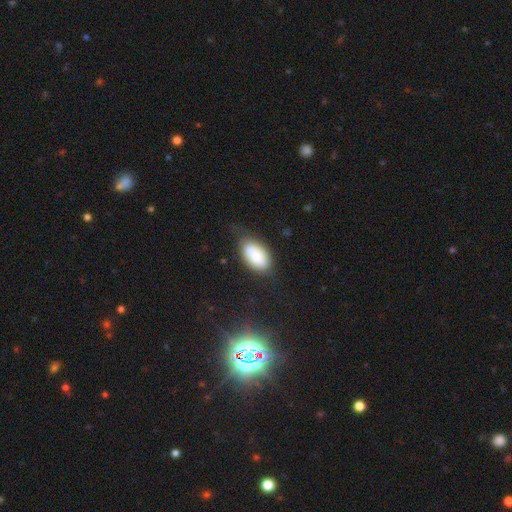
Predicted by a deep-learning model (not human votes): This appears to be a smooth galaxy with no disk features (77%) that is in between round and cigar-shaped (93%). Merging: none (61%).